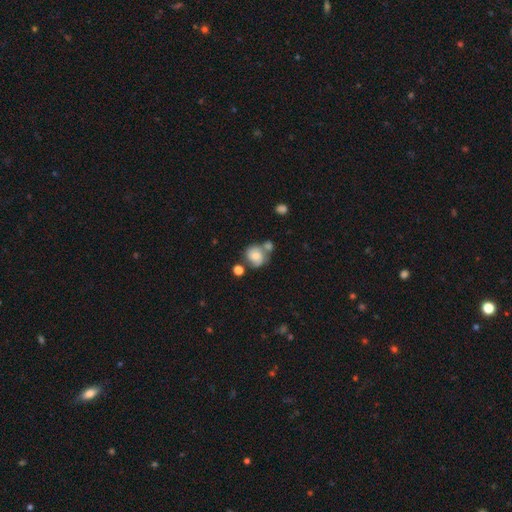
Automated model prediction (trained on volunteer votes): This appears to be a smooth galaxy with no disk features (57%) that is round (79%). Merging: none (43%).